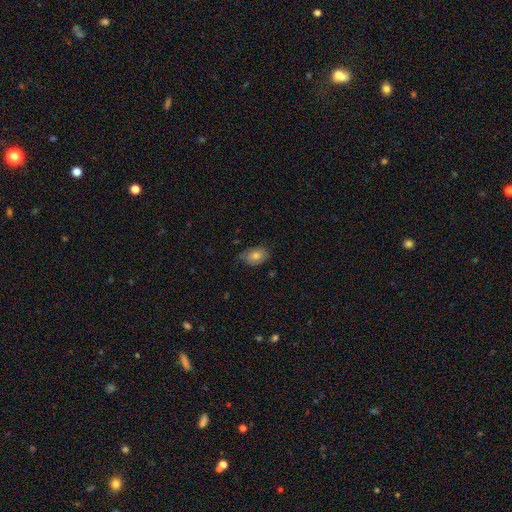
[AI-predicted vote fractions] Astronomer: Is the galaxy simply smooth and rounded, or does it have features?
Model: smooth — 70%.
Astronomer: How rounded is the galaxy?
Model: in between — 84%.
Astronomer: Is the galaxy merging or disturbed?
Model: none — 69%.